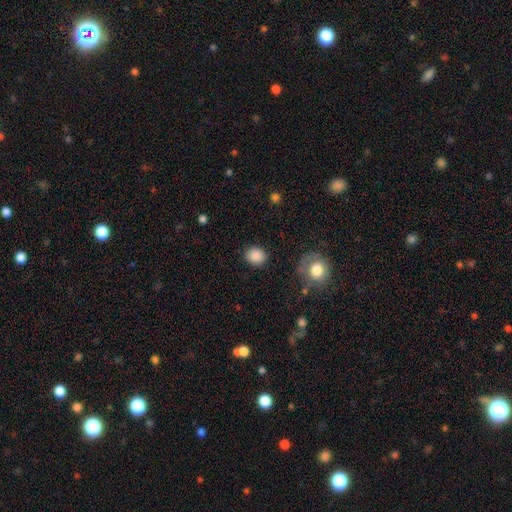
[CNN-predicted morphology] type=smooth (87%); roundness=round (72%); merging=none (88%).